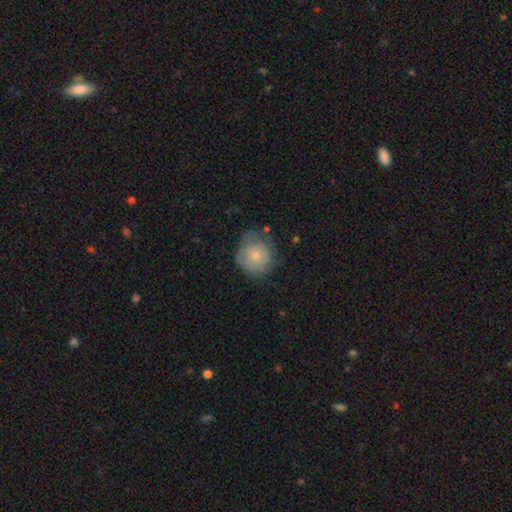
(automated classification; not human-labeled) Smooth or featured: smooth — 72% (featured or disk — 21%)
How rounded: round — 86% (in between — 13%)
Merging: none — 54% (minor disturbance — 31%)